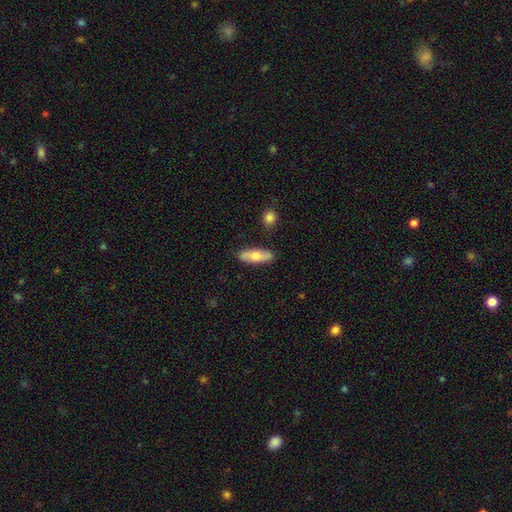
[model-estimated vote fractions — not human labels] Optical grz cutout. It shows a smooth galaxy with no disk features (66%) that is in between round and cigar-shaped (57%). Merging: none (85%).